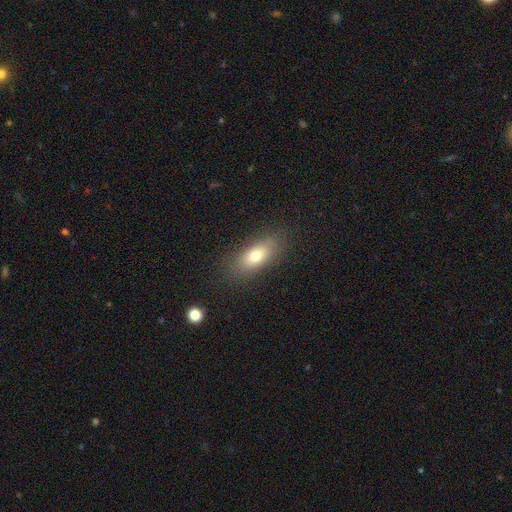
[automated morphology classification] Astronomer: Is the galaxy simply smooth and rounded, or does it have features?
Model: smooth — 74%.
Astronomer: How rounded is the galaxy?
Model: in between — 79%.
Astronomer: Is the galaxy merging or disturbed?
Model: none — 83%.